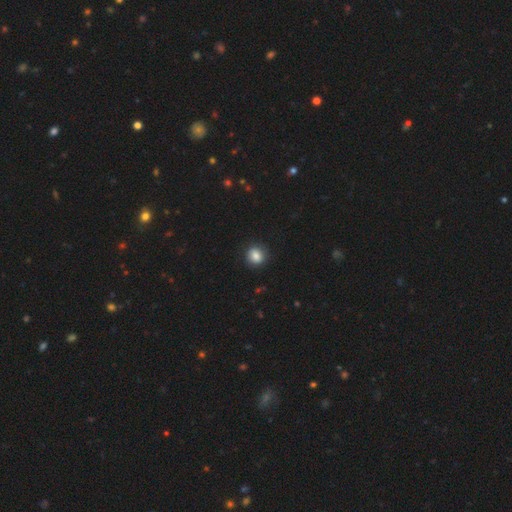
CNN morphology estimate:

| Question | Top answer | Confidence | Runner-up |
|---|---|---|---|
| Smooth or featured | smooth | 84% | star or artifact (9%) |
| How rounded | round | 75% | in between (24%) |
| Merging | none | 87% | minor disturbance (9%) |